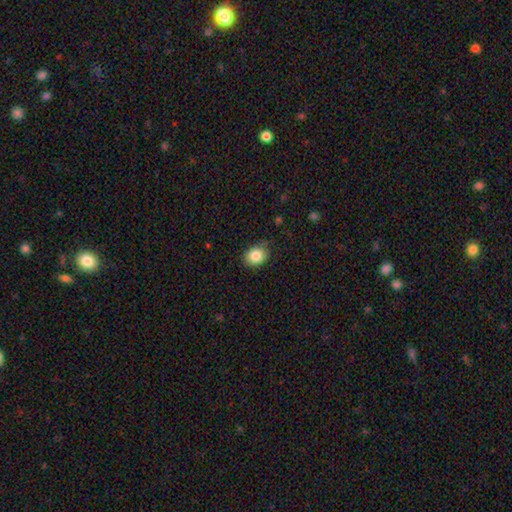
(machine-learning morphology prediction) This is clearly a smooth galaxy (84%). How rounded: possibly in between (54%). Merging: clearly none (81%).